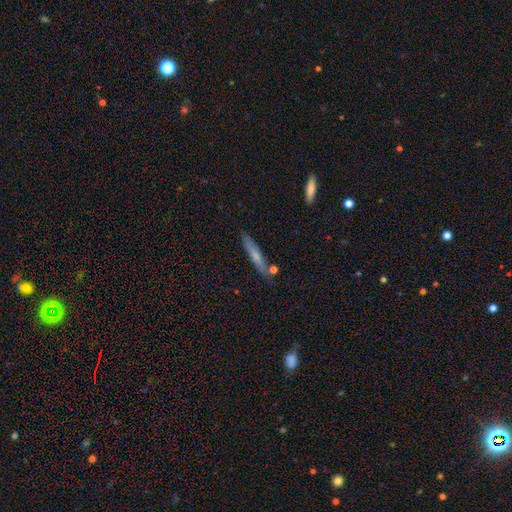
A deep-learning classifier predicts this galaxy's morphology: smooth_or_featured: smooth (p=0.59) [alt: featured or disk p=0.34]
how_rounded: cigar-shaped (p=0.92) [alt: in between p=0.06]
merging: none (p=0.79) [alt: minor disturbance p=0.13]